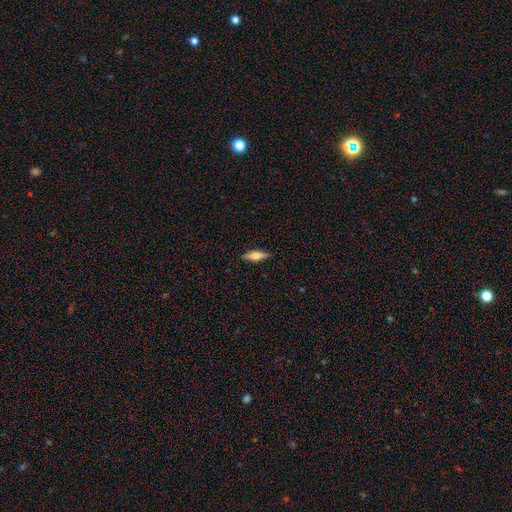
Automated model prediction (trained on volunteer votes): The model was most divided on "smooth or featured": featured or disk: 54%, smooth: 39%, star or artifact: 7%. More confident: edge-on disk — yes (95%); edge-on bulge — rounded (90%); merging — none (89%).